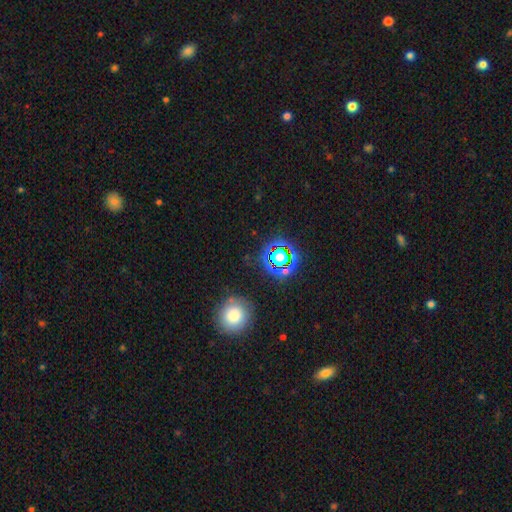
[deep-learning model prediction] This appears to be a star or artifact, not a galaxy (55%).